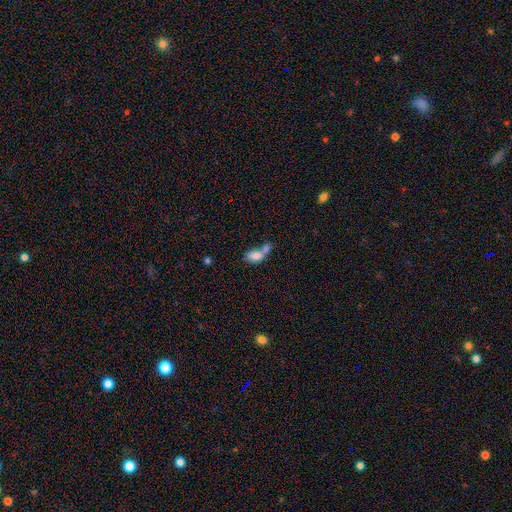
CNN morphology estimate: smooth_or_featured: smooth (p=0.77) [alt: featured or disk p=0.14]
how_rounded: in between (p=0.85) [alt: round p=0.10]
merging: merger (p=0.65) [alt: none p=0.19]